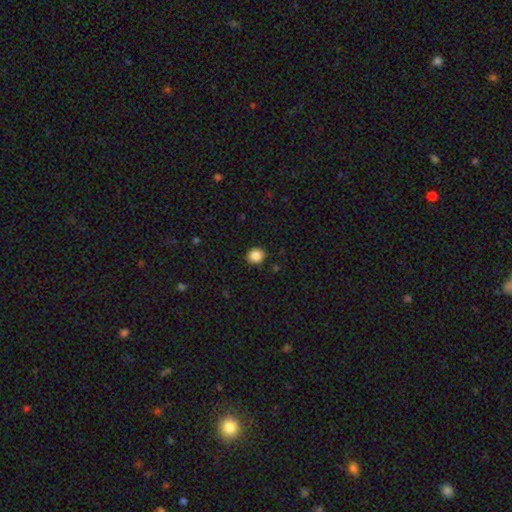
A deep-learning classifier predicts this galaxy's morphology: smooth_or_featured: smooth (p=0.88) [alt: star or artifact p=0.10]
how_rounded: round (p=0.80) [alt: in between p=0.19]
merging: none (p=0.91) [alt: minor disturbance p=0.06]